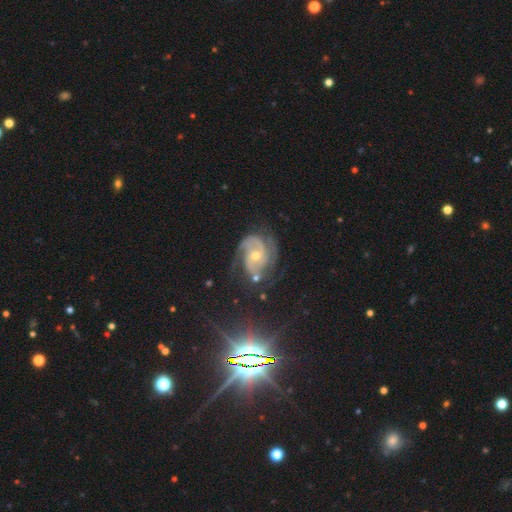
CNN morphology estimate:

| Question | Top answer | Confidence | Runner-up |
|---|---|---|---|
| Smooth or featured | featured or disk | 83% | star or artifact (11%) |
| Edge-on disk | no | 97% | yes (3%) |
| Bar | no | 68% | weak (24%) |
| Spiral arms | yes | 96% | no (4%) |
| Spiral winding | tight | 47% | medium (42%) |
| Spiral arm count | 2 | 39% | 3 (30%) |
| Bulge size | moderate | 49% | small (47%) |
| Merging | none | 60% | minor disturbance (23%) |